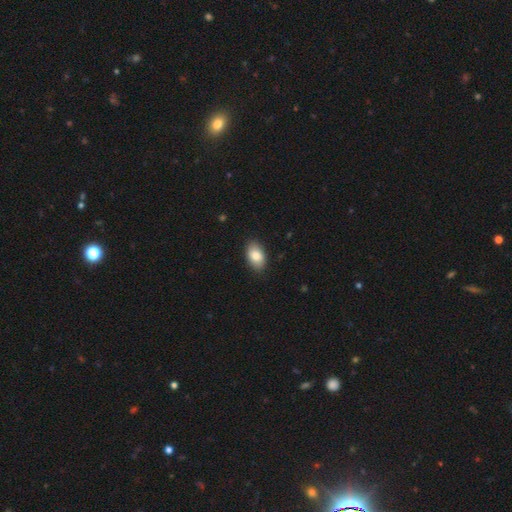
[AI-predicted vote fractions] Smooth or featured: smooth — 84% (featured or disk — 9%)
How rounded: in between — 92% (round — 6%)
Merging: none — 88% (minor disturbance — 10%)